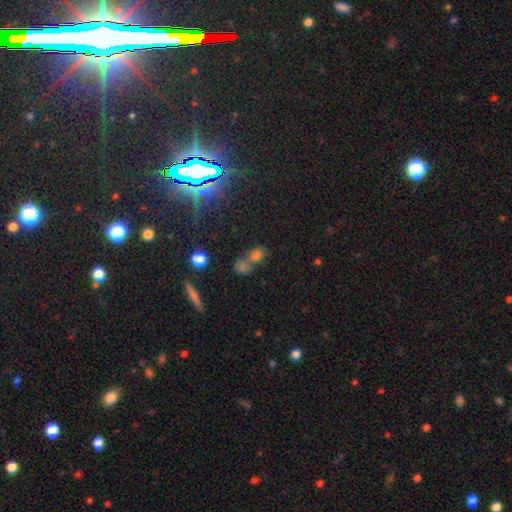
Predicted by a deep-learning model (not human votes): Q: Smooth or featured?
A: smooth (63%); runner-up: star or artifact (27%)
Q: How rounded?
A: in between (50%); runner-up: round (46%)
Q: Merging?
A: merger (48%); runner-up: none (39%)